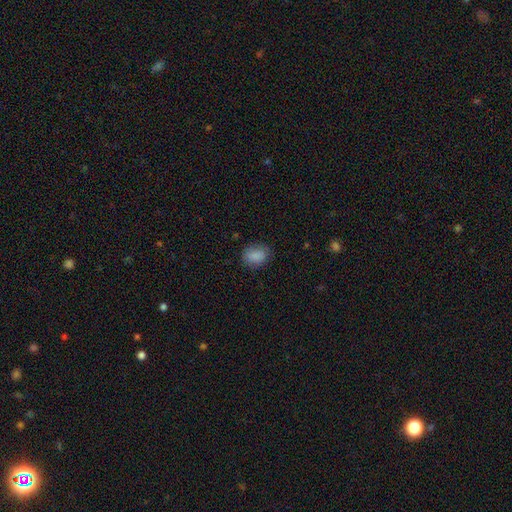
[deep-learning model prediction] Smooth or featured? Predicted: smooth (p=0.87). How rounded? Predicted: in between (p=0.67). Merging? Predicted: none (p=0.79).